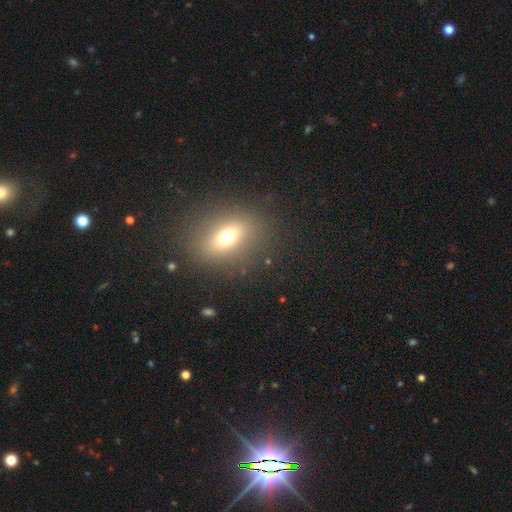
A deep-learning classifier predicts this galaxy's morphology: type=smooth (44%); merging=none (88%).